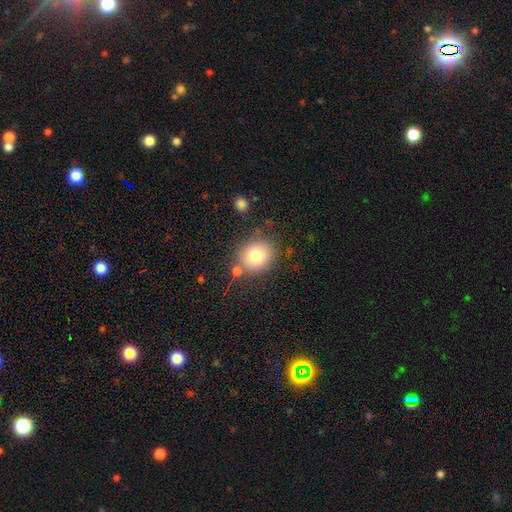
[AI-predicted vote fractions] This appears to be a smooth galaxy with no disk features (79%) that is round (74%). Merging: none (73%).